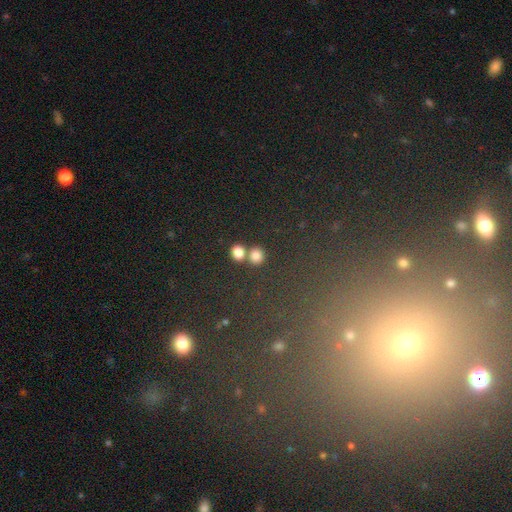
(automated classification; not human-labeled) smooth-or-featured: smooth: 81% | star or artifact: 13% | featured or disk: 6%
  how-rounded: round: 85% | in between: 14% | cigar-shaped: 1%
  merging: none: 61% | merger: 30% | minor disturbance: 6% | major disturbance: 3%